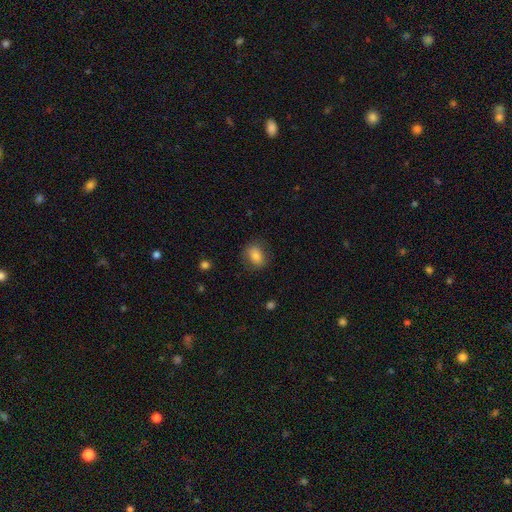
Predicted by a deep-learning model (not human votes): Q: Smooth or featured?
A: smooth (80%); runner-up: featured or disk (11%)
Q: How rounded?
A: in between (66%); runner-up: round (33%)
Q: Merging?
A: none (79%); runner-up: minor disturbance (15%)